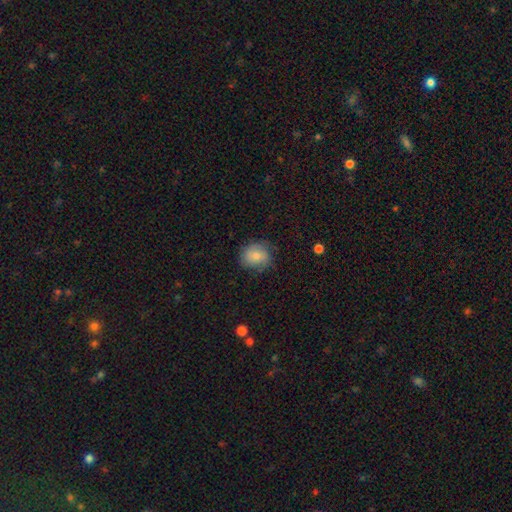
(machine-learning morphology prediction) This is likely a smooth galaxy (71%). How rounded: likely round (67%). Merging: likely none (70%).